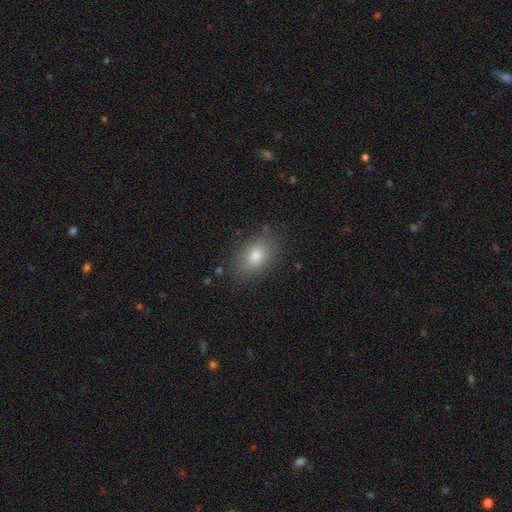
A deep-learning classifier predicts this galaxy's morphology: The model was most divided on "how rounded": in between: 80%, round: 18%, cigar-shaped: 2%. More confident: merging — none (84%); smooth or featured — smooth (78%).